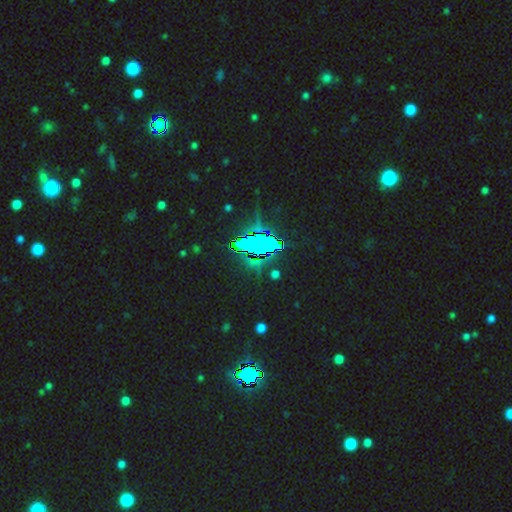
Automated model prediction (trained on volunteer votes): A star or artifact, not a galaxy (76%).